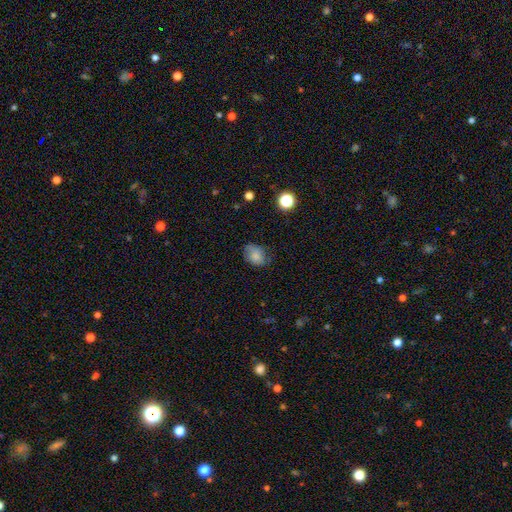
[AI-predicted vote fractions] The model was most divided on "merging": none: 61%, minor disturbance: 29%, major disturbance: 8%, merger: 2%. More confident: smooth or featured — smooth (78%); how rounded — in between (69%).